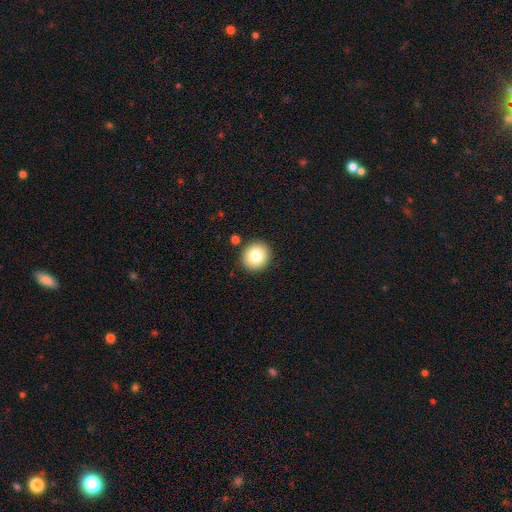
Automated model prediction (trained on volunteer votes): This appears to be a smooth galaxy with no disk features (80%) that is round (90%). Merging: none (89%).